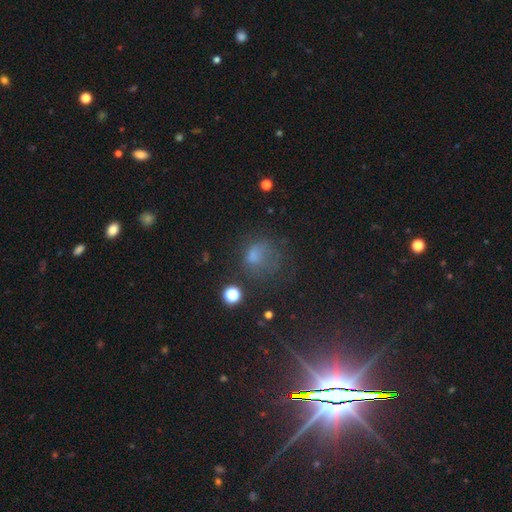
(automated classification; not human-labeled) Q: Smooth or featured?
A: smooth (56%); runner-up: star or artifact (25%)
Q: How rounded?
A: round (64%); runner-up: in between (35%)
Q: Merging?
A: none (41%); runner-up: major disturbance (32%)